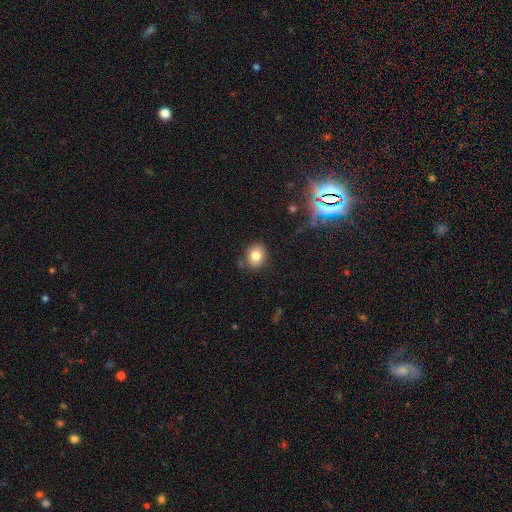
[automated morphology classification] The model was most divided on "how rounded": round: 64%, in between: 35%, cigar-shaped: 1%. More confident: merging — none (81%); smooth or featured — smooth (81%).